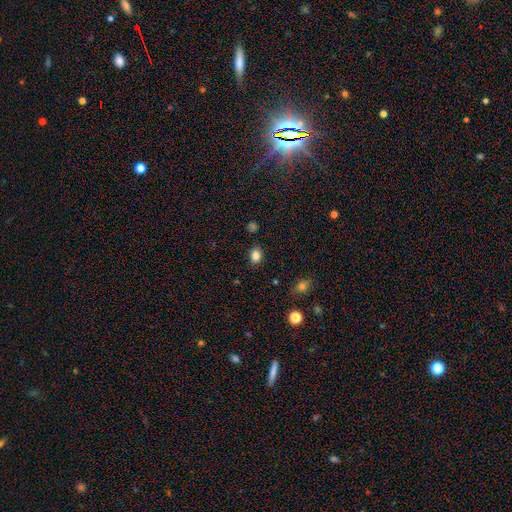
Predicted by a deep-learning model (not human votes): A smooth galaxy with no disk features (83%) that is in between round and cigar-shaped (64%).

Vote fractions:
- Smooth or featured? smooth: 83% / star or artifact: 11% / featured or disk: 6%
- How rounded? in between: 64% / round: 35% / cigar-shaped: 1%
- Merging? none: 86% / minor disturbance: 10% / major disturbance: 2% / merger: 2%